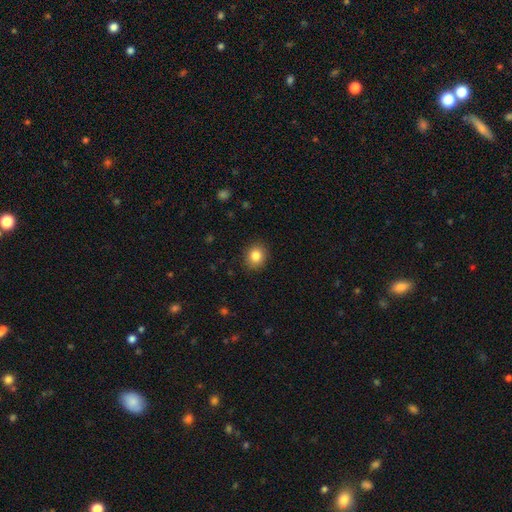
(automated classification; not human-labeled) Smooth or featured: smooth — 84% (star or artifact — 10%)
How rounded: round — 75% (in between — 24%)
Merging: none — 90% (minor disturbance — 7%)